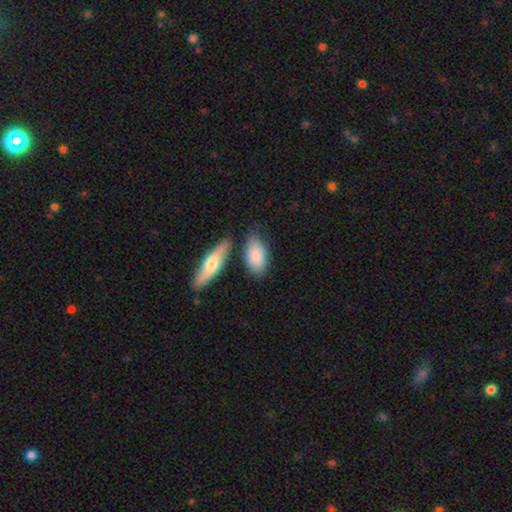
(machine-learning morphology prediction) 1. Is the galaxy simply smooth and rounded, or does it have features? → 84% smooth, 11% featured or disk, 5% star or artifact.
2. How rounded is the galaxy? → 90% in between, 6% cigar-shaped, 4% round.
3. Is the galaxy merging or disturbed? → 68% none, 16% minor disturbance, 12% merger, 4% major disturbance.